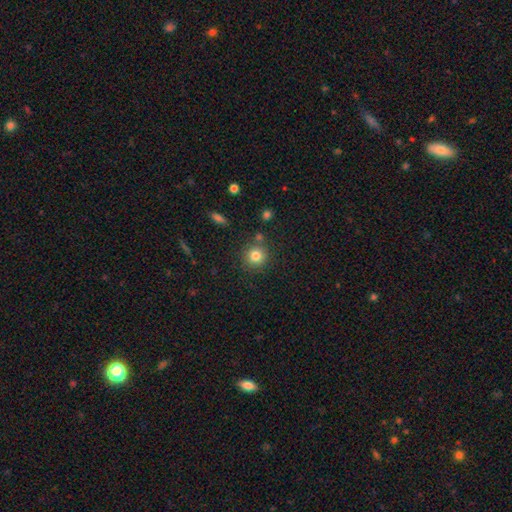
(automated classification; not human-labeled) The model was most divided on "smooth or featured": smooth: 82%, star or artifact: 11%, featured or disk: 7%. More confident: how rounded — round (92%); merging — none (80%).